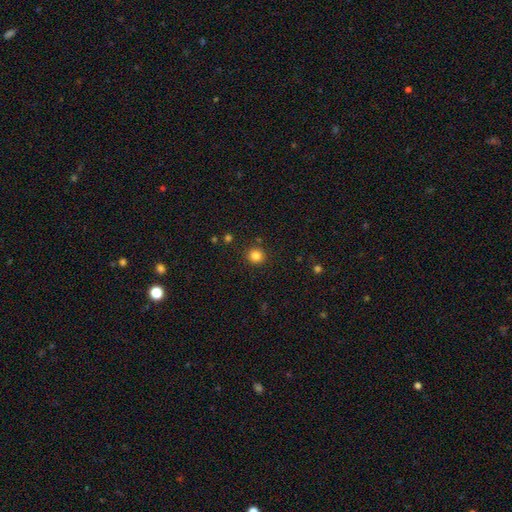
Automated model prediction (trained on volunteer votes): Q: Smooth or featured?
A: smooth (84%); runner-up: star or artifact (12%)
Q: How rounded?
A: round (92%); runner-up: in between (7%)
Q: Merging?
A: none (89%); runner-up: minor disturbance (6%)